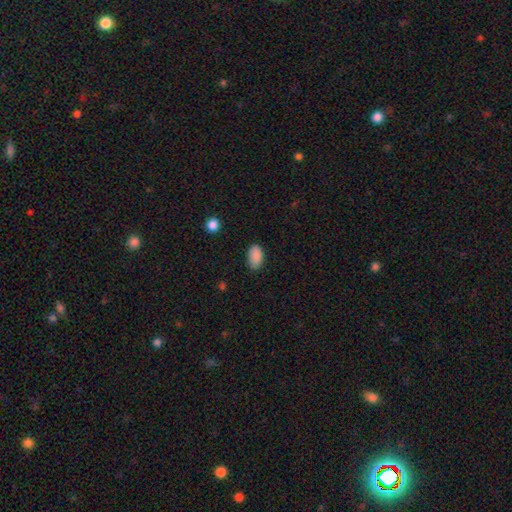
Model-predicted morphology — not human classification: A smooth galaxy with no disk features (89%) that is in between round and cigar-shaped (93%).

Vote fractions:
- Smooth or featured? smooth: 89% / star or artifact: 8% / featured or disk: 3%
- How rounded? in between: 93% / round: 5% / cigar-shaped: 2%
- Merging? none: 80% / minor disturbance: 16% / major disturbance: 3% / merger: 1%